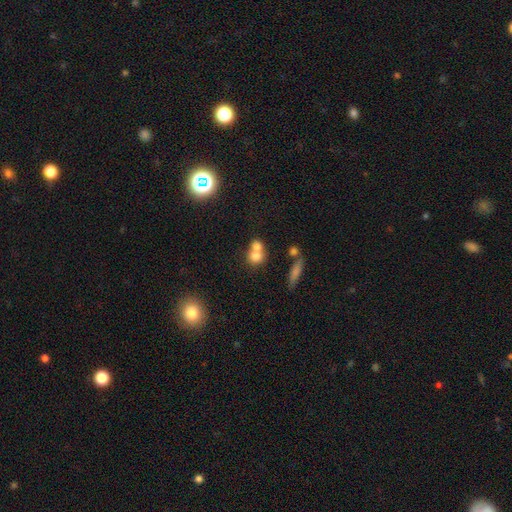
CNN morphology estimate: smooth_or_featured: smooth (p=0.73) [alt: featured or disk p=0.15]
how_rounded: round (p=0.72) [alt: in between p=0.26]
merging: merger (p=0.59) [alt: none p=0.31]